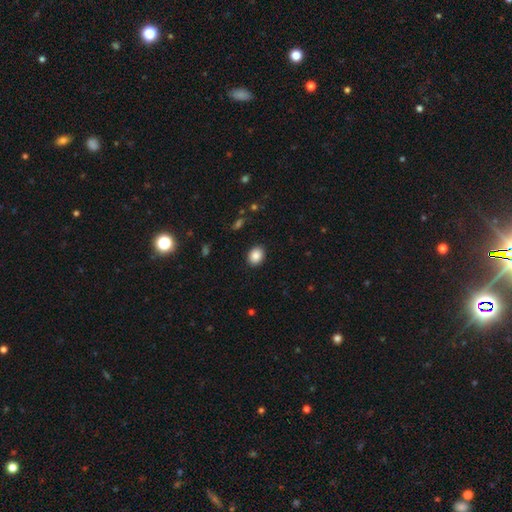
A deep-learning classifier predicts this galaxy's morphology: This appears to be a smooth galaxy with no disk features (87%) that is in between round and cigar-shaped (52%). Merging: none (90%).